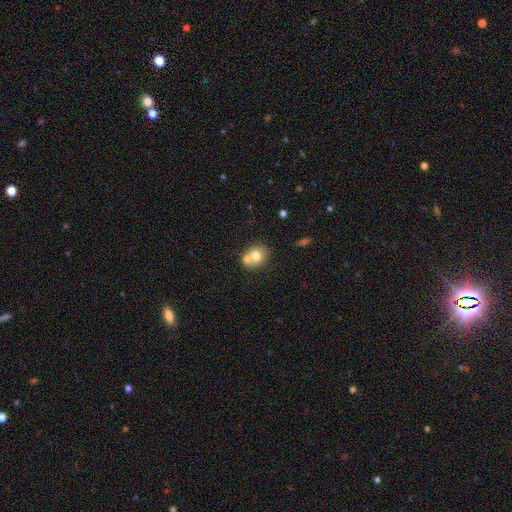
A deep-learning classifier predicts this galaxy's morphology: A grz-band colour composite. It shows a smooth galaxy with no disk features (70%) that is round (69%). Merging: merger (45%).